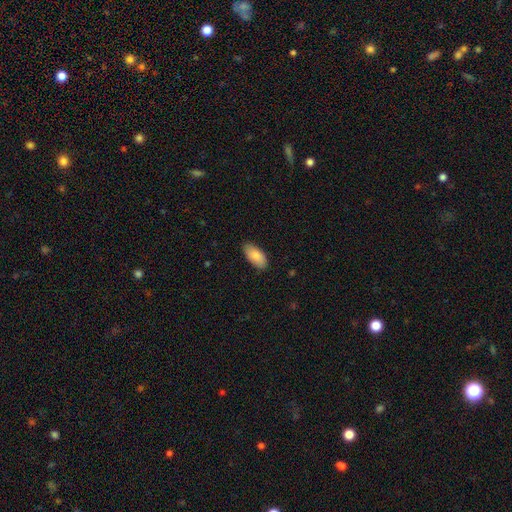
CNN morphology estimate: Q: Smooth or featured?
A: smooth (86%); runner-up: featured or disk (8%)
Q: How rounded?
A: in between (92%); runner-up: cigar-shaped (6%)
Q: Merging?
A: none (85%); runner-up: minor disturbance (12%)